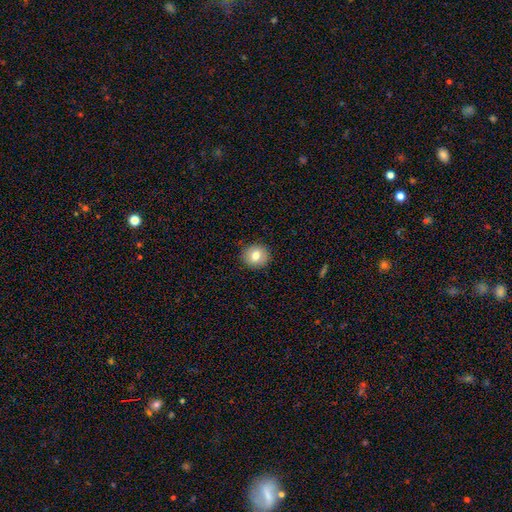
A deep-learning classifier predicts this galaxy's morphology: Smooth or featured? smooth (79%)
How rounded? round (86%)
Merging? none (91%)